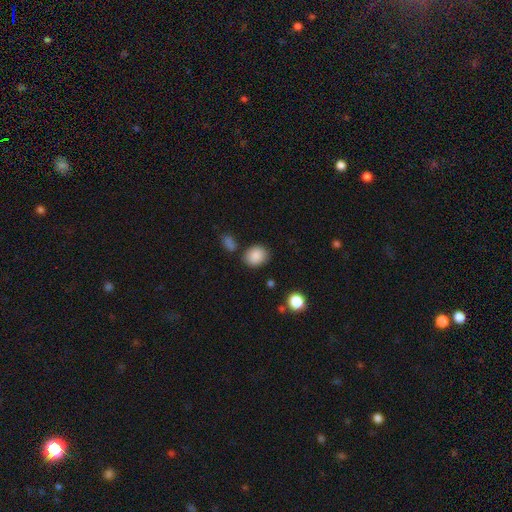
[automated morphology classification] smooth-or-featured: smooth: 88% | star or artifact: 8% | featured or disk: 4%
  how-rounded: round: 53% | in between: 46% | cigar-shaped: 1%
  merging: none: 77% | minor disturbance: 12% | merger: 7% | major disturbance: 4%